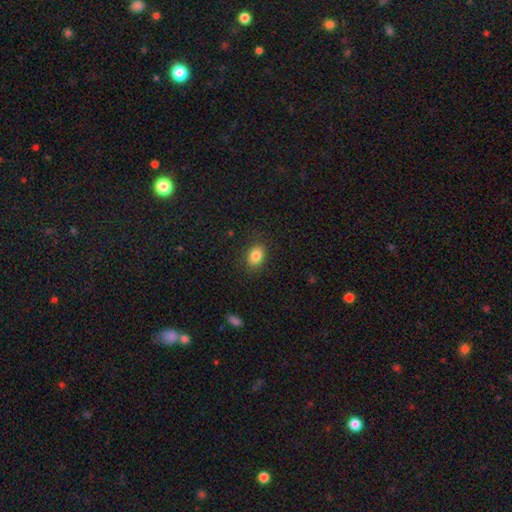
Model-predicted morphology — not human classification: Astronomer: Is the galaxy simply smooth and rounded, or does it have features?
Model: smooth — 84%.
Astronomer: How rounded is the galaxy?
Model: in between — 63%.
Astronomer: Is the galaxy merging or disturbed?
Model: none — 84%.